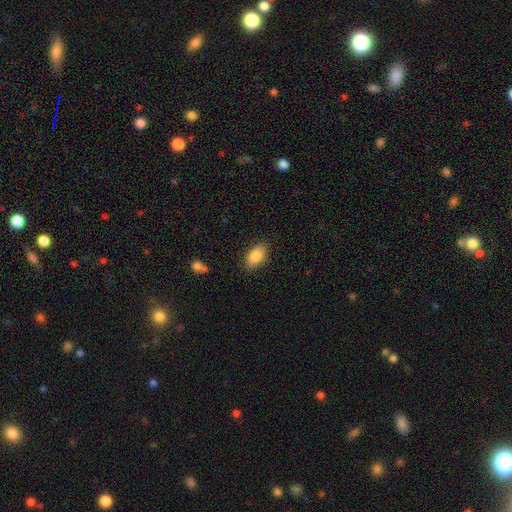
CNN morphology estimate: Smooth or featured?
  - smooth: 86% *
  - featured or disk: 8%
  - star or artifact: 7%
How rounded?
  - in between: 91% *
  - cigar-shaped: 6%
  - round: 4%
Merging?
  - none: 85% *
  - minor disturbance: 11%
  - major disturbance: 3%
  - merger: 1%